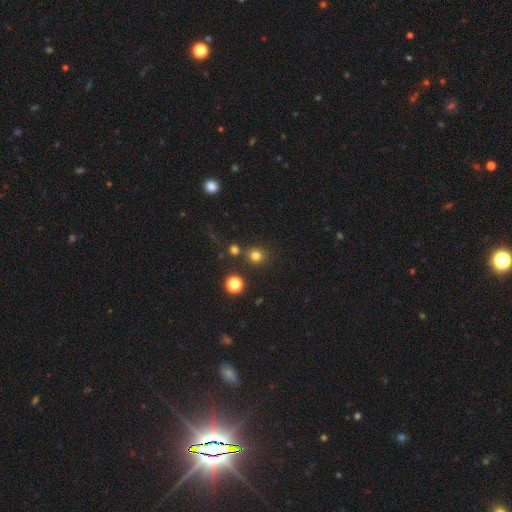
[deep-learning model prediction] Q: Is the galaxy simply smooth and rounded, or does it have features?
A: smooth — 77%.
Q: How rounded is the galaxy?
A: round — 91%.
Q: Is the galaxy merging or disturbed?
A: none — 81%.